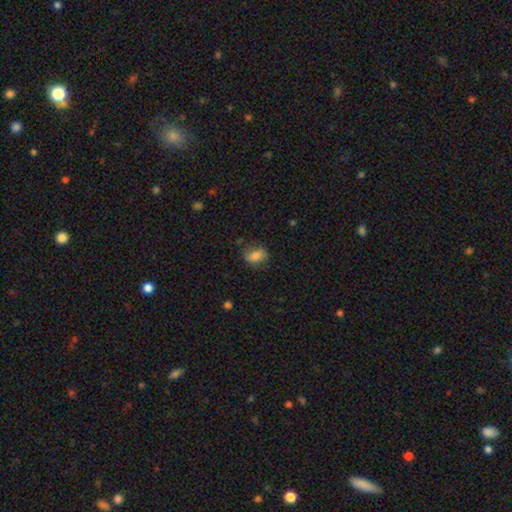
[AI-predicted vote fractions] A smooth galaxy with no disk features (83%) that is in between round and cigar-shaped (78%).

Vote fractions:
- Smooth or featured? smooth: 83% / star or artifact: 9% / featured or disk: 8%
- How rounded? in between: 78% / round: 19% / cigar-shaped: 3%
- Merging? none: 75% / minor disturbance: 18% / major disturbance: 5% / merger: 2%